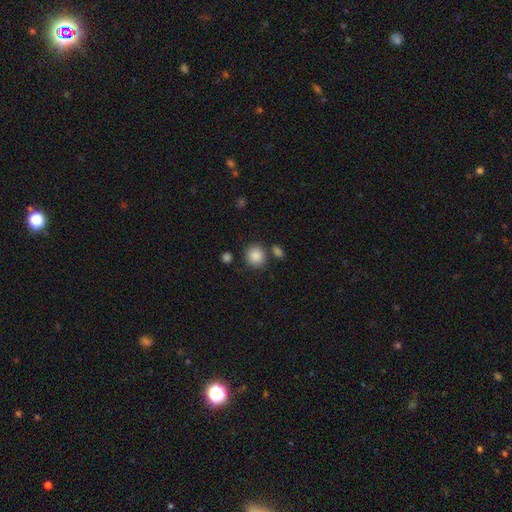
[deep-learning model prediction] Q: Smooth or featured?
A: smooth (87%); runner-up: star or artifact (9%)
Q: How rounded?
A: round (87%); runner-up: in between (12%)
Q: Merging?
A: none (79%); runner-up: minor disturbance (9%)